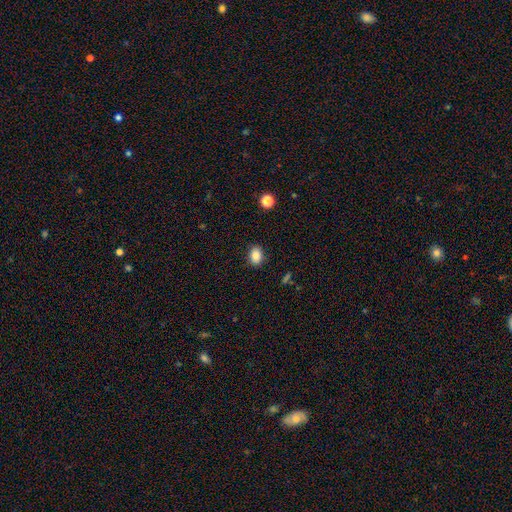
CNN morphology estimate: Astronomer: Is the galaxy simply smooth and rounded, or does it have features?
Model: smooth — 86%.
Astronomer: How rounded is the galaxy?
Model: in between — 74%.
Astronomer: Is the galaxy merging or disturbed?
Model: none — 87%.